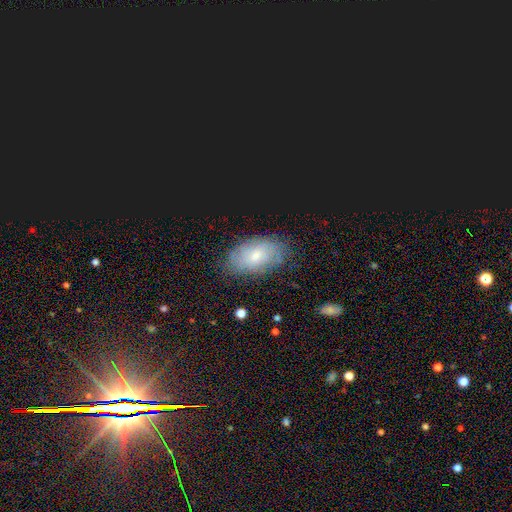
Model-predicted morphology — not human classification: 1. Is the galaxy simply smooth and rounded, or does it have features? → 49% smooth, 40% featured or disk, 11% star or artifact.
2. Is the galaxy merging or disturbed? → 78% none, 17% minor disturbance, 4% major disturbance, 1% merger.